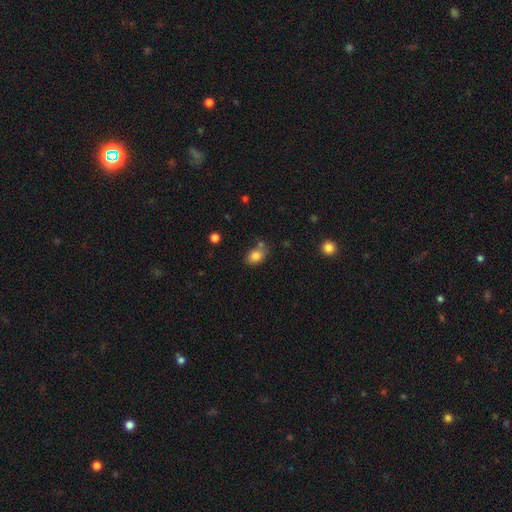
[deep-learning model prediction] Q: Smooth or featured?
A: smooth (83%); runner-up: star or artifact (10%)
Q: How rounded?
A: in between (76%); runner-up: round (22%)
Q: Merging?
A: none (66%); runner-up: minor disturbance (18%)